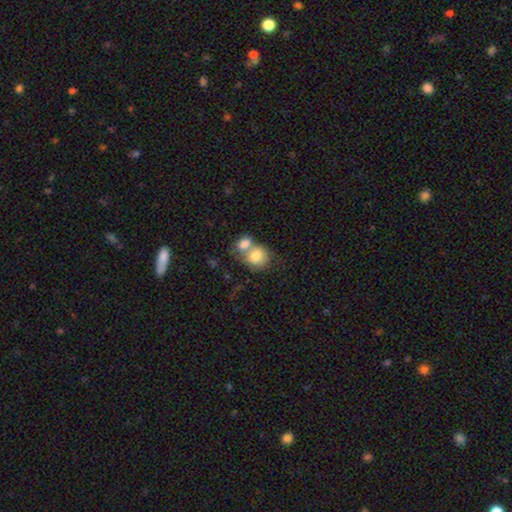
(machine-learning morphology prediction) smooth 77%, featured or disk 16%, star or artifact 7%. Down the decision tree: how rounded — round (59%); merging — merger (61%).